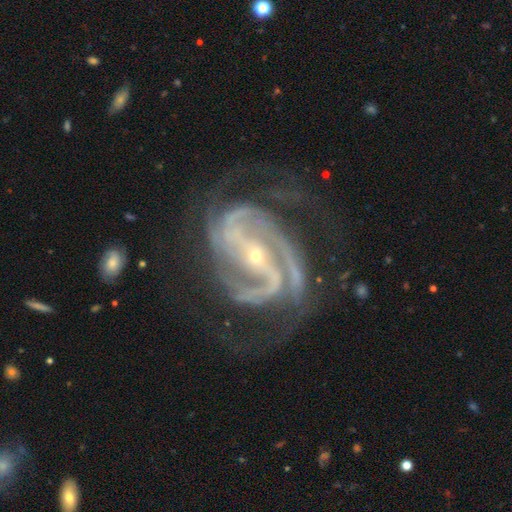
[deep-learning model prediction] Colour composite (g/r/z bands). It shows a featured or disk galaxy (93%) with a strong bar (62%), 2 (43%) medium (50%) spiral arms (98%) and a small central bulge (78%). Merging: none (57%).